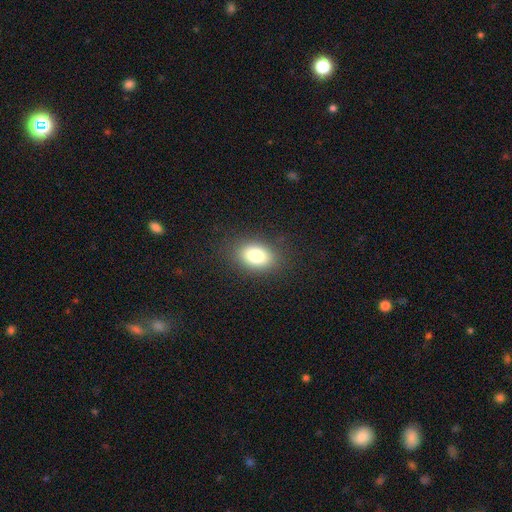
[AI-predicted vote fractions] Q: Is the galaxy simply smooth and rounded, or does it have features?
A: smooth — 80%.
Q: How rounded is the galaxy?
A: in between — 78%.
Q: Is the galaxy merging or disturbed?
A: none — 85%.